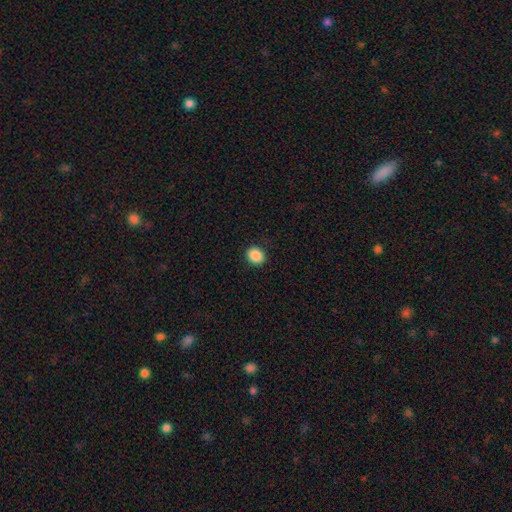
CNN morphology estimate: This is clearly a smooth galaxy (88%). How rounded: likely round (62%). Merging: clearly none (90%).